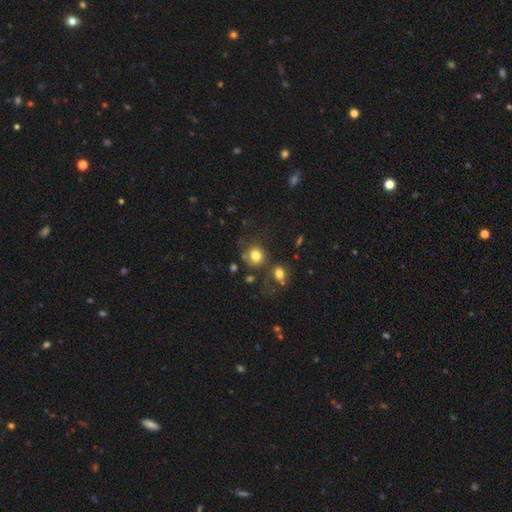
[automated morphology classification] smooth-or-featured: smooth: 79% | star or artifact: 12% | featured or disk: 9%
  how-rounded: round: 83% | in between: 16% | cigar-shaped: 1%
  merging: none: 65% | merger: 14% | minor disturbance: 13% | major disturbance: 8%